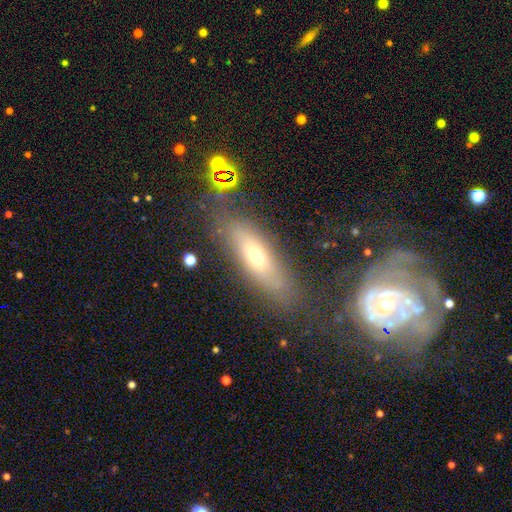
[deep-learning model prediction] smooth-or-featured: smooth: 52% | featured or disk: 36% | star or artifact: 13%
  how-rounded: cigar-shaped: 51% | in between: 45% | round: 4%
  merging: none: 73% | minor disturbance: 15% | major disturbance: 7% | merger: 5%